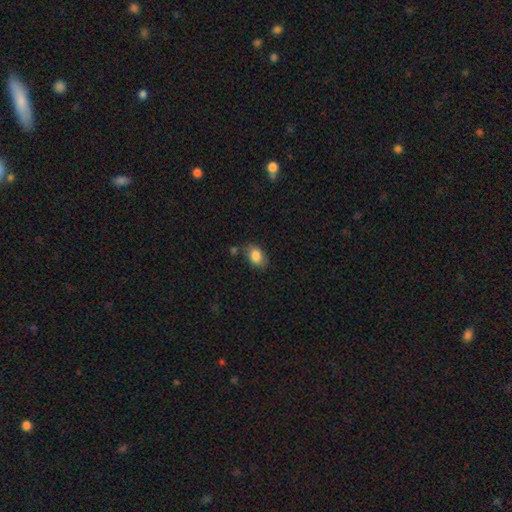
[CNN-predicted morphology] Smooth or featured?
  - smooth: 84% *
  - featured or disk: 8%
  - star or artifact: 8%
How rounded?
  - in between: 79% *
  - round: 20%
  - cigar-shaped: 1%
Merging?
  - none: 66% *
  - minor disturbance: 21%
  - merger: 8%
  - major disturbance: 6%